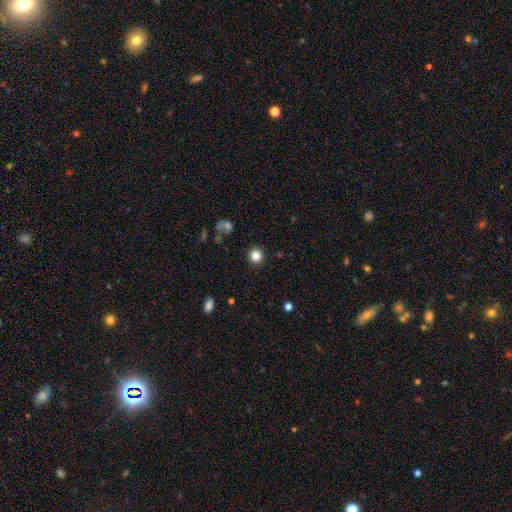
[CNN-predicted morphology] type=smooth (83%); roundness=round (93%); merging=none (91%).